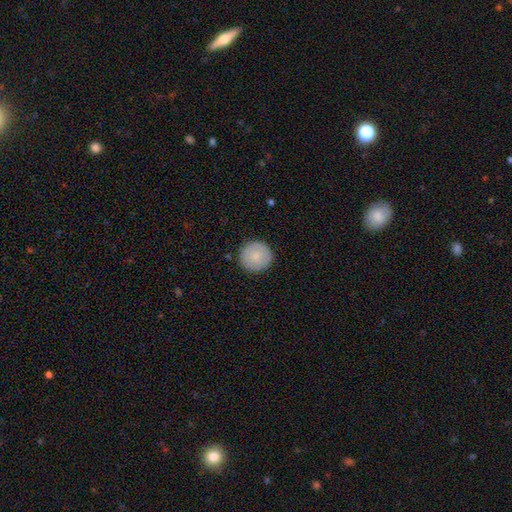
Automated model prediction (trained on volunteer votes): smooth_or_featured: smooth (p=0.78) [alt: featured or disk p=0.16]
how_rounded: round (p=0.96) [alt: in between p=0.03]
merging: none (p=0.90) [alt: minor disturbance p=0.07]